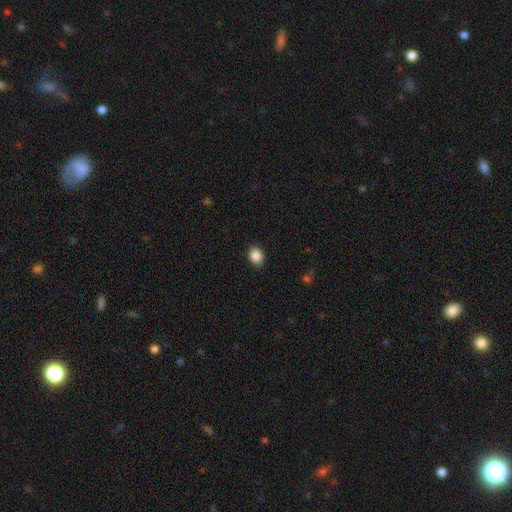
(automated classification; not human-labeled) Smooth or featured? Predicted: smooth (p=0.89). How rounded? Predicted: in between (p=0.62). Merging? Predicted: none (p=0.89).